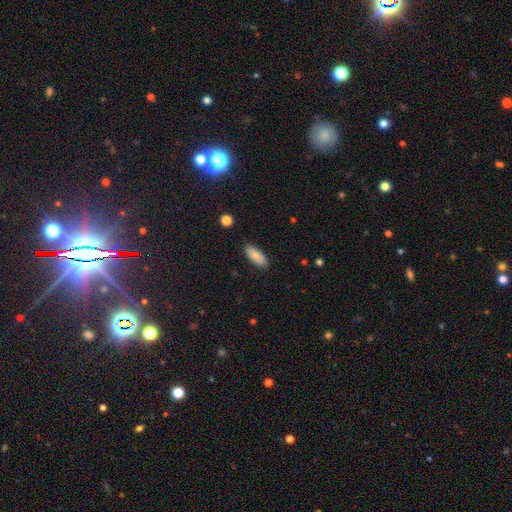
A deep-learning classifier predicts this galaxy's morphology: This appears to be a smooth galaxy with no disk features (87%) that is in between round and cigar-shaped (77%). Merging: none (88%).